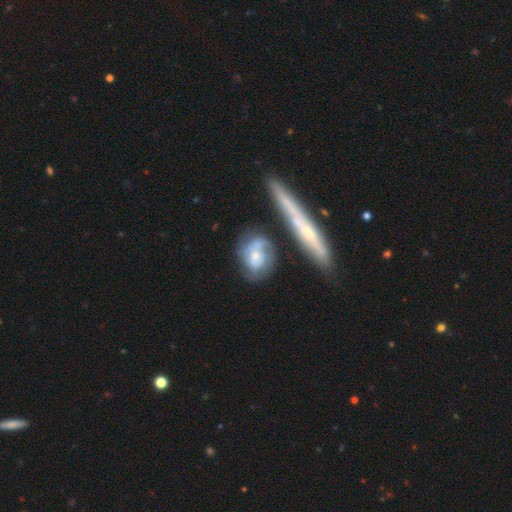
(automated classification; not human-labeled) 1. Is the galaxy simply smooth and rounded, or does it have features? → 57% featured or disk, 36% smooth, 7% star or artifact.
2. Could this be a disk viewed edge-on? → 90% no, 10% yes.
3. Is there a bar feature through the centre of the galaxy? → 74% no, 21% weak, 5% strong.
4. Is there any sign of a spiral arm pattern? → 74% yes, 26% no.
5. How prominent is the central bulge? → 46% moderate, 37% small, 9% none, 7% large, 2% dominant.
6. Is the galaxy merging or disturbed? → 45% none, 21% minor disturbance, 19% merger, 15% major disturbance.